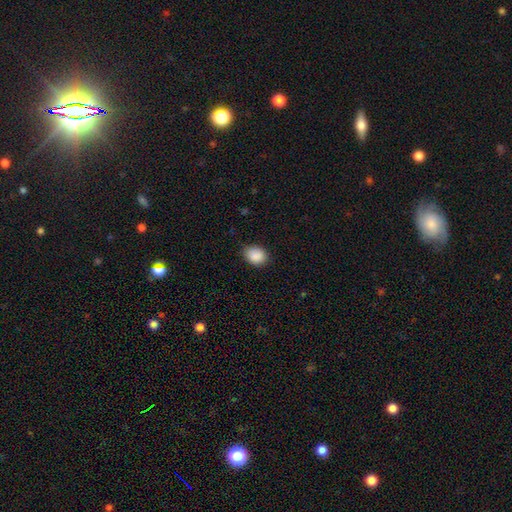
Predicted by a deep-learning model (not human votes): Morphology: type=smooth (89%); roundness=in between (61%); merging=none (84%).